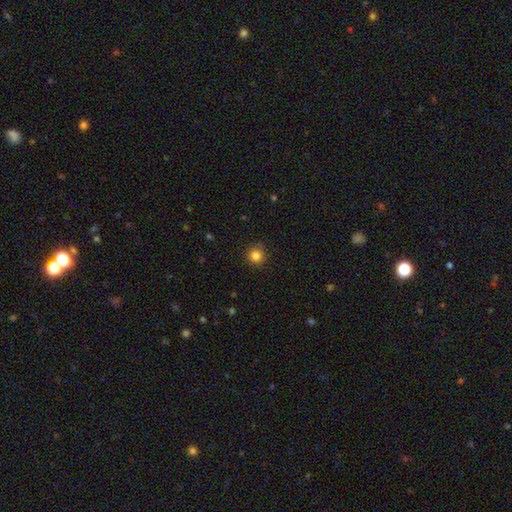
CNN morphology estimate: smooth 84%, star or artifact 12%, featured or disk 4%. Down the decision tree: how rounded — round (94%); merging — none (88%).